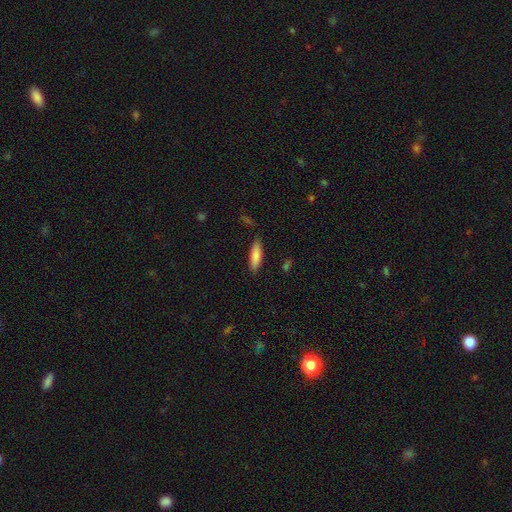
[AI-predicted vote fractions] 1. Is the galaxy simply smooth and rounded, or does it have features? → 84% smooth, 10% featured or disk, 6% star or artifact.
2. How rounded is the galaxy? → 53% cigar-shaped, 45% in between, 1% round.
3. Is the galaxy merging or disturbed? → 82% none, 13% minor disturbance, 3% major disturbance, 2% merger.